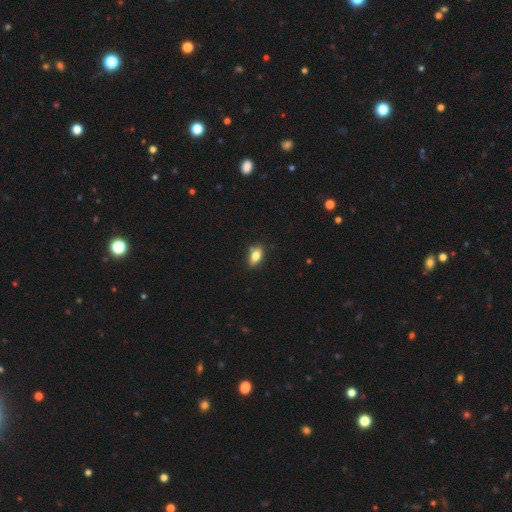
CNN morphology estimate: smooth_or_featured: smooth (p=0.78) [alt: featured or disk p=0.14]
how_rounded: in between (p=0.86) [alt: round p=0.08]
merging: none (p=0.81) [alt: minor disturbance p=0.14]